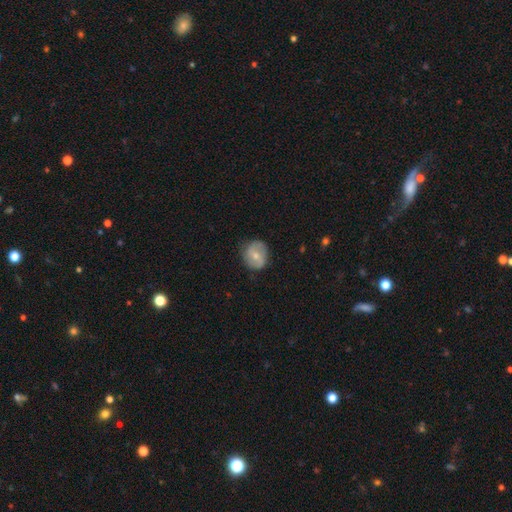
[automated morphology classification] smooth-or-featured: smooth: 47% | featured or disk: 46% | star or artifact: 7%
  merging: none: 77% | minor disturbance: 18% | major disturbance: 4% | merger: 1%